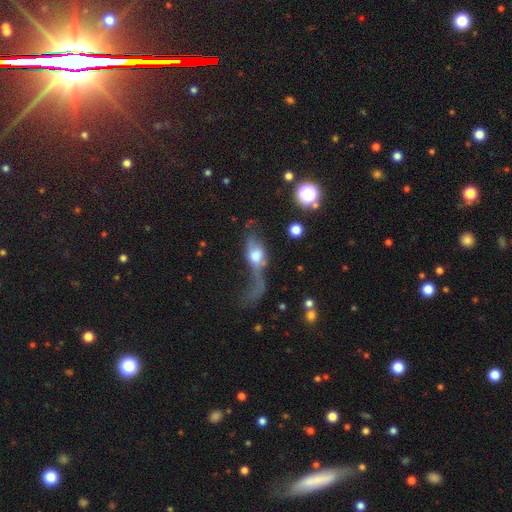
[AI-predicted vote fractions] Smooth or featured? Predicted: smooth (p=0.49). Merging? Predicted: major disturbance (p=0.58).